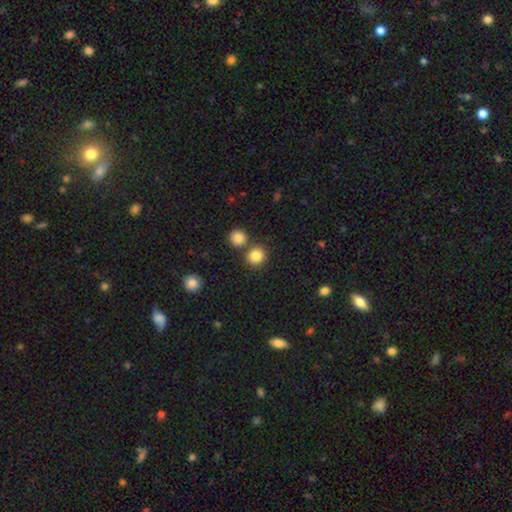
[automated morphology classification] Smooth or featured?
  - smooth: 84% *
  - star or artifact: 11%
  - featured or disk: 5%
How rounded?
  - round: 89% *
  - in between: 10%
  - cigar-shaped: 1%
Merging?
  - none: 73% *
  - merger: 18%
  - minor disturbance: 7%
  - major disturbance: 2%